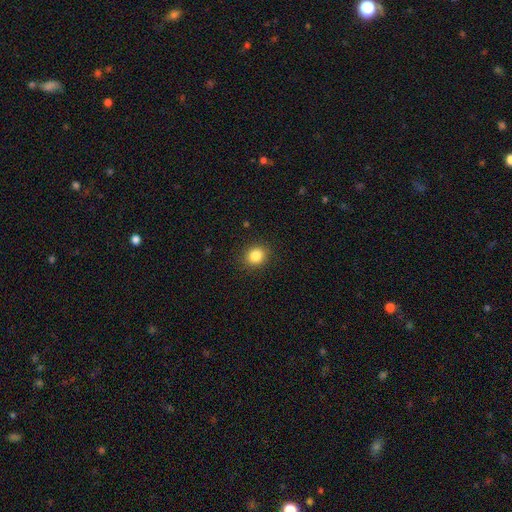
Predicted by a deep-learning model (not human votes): Overall: smooth (85%). How rounded: round (75%). Merging: none (90%).